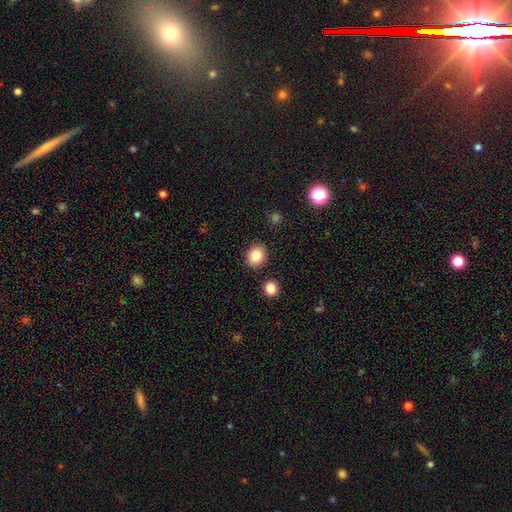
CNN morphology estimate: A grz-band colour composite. It shows a smooth galaxy with no disk features (85%) that is round (68%). Merging: none (88%).